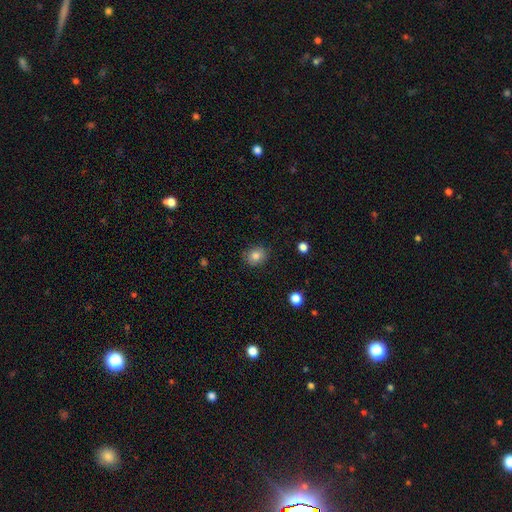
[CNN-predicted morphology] smooth 82%, star or artifact 10%, featured or disk 7%. Down the decision tree: how rounded — round (63%); merging — none (84%).